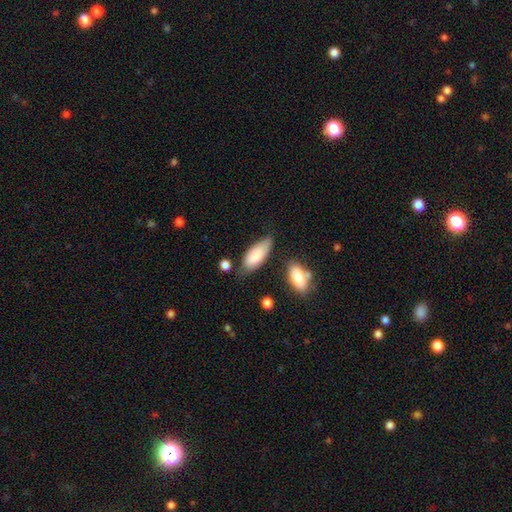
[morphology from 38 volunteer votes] Smooth or featured? smooth (84%)
How rounded? in between (84%)
Merging? none (46%)